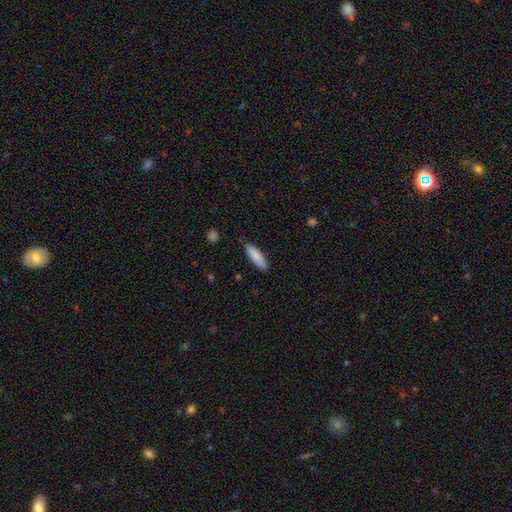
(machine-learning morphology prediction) smooth 86%, featured or disk 8%, star or artifact 6%. Down the decision tree: how rounded — cigar-shaped (62%); merging — none (83%).